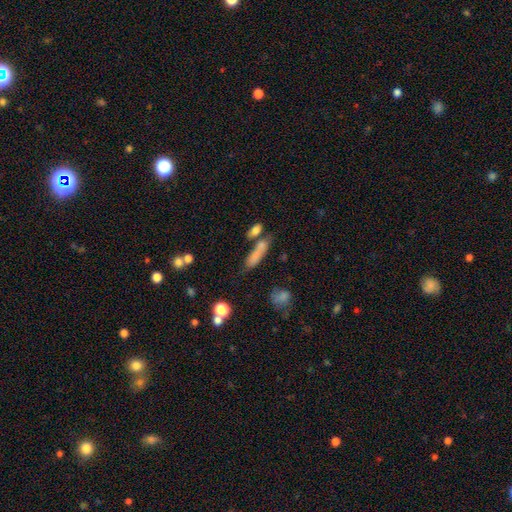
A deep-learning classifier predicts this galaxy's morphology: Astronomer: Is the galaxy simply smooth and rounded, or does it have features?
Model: smooth — 74%.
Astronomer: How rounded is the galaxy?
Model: cigar-shaped — 52% (runner-up: in between, 43%).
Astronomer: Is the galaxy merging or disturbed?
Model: none — 43% (runner-up: merger, 32%).